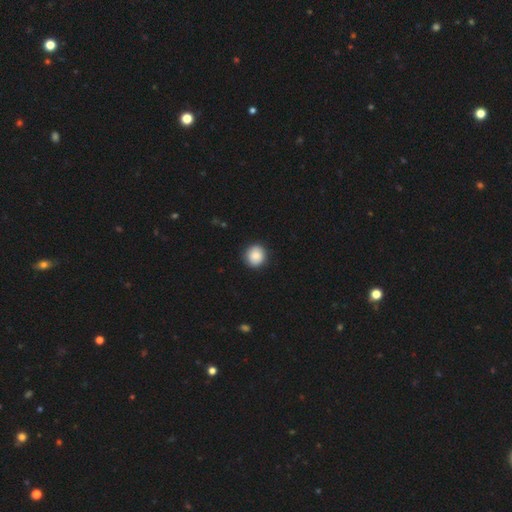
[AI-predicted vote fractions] Smooth or featured?
  - smooth: 85% *
  - featured or disk: 8%
  - star or artifact: 7%
How rounded?
  - round: 89% *
  - in between: 10%
  - cigar-shaped: 1%
Merging?
  - none: 89% *
  - minor disturbance: 8%
  - major disturbance: 2%
  - merger: 1%